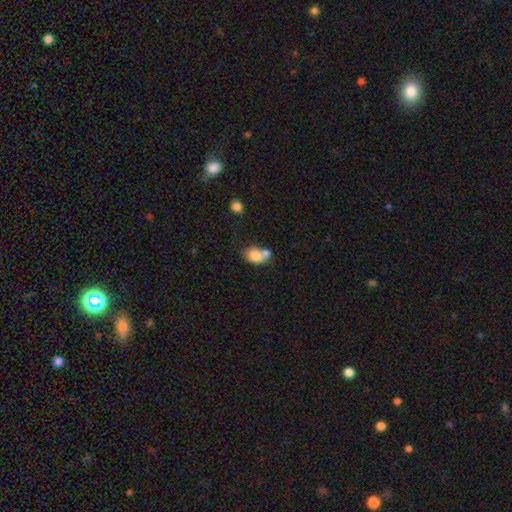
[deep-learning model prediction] Overall: smooth (79%). How rounded: in between (64%; round 35%). Merging: merger (54%; none 28%).